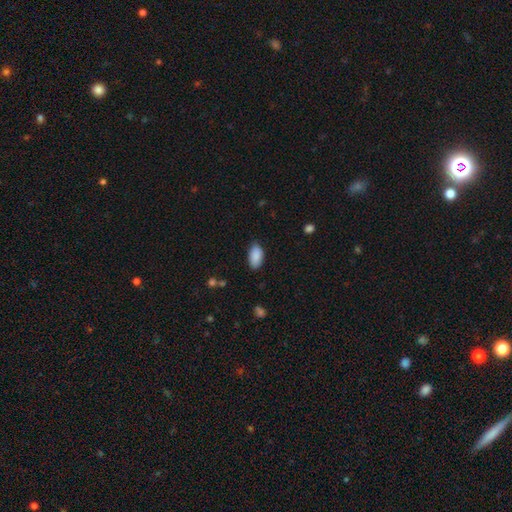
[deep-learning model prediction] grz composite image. It shows a smooth galaxy with no disk features (90%) that is in between round and cigar-shaped (95%). Merging: none (84%).